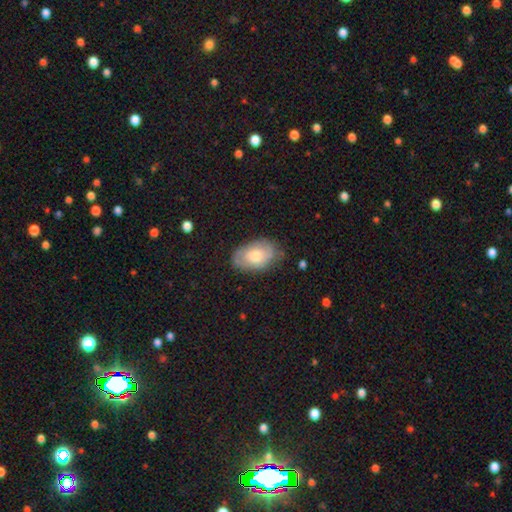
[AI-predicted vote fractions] Morphology: type=smooth (61%); roundness=in between (92%); merging=none (75%).